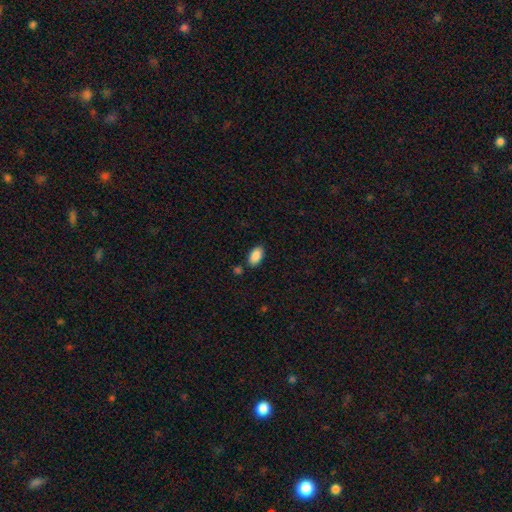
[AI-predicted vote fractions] Smooth or featured? smooth (89%)
How rounded? in between (94%)
Merging? none (81%)